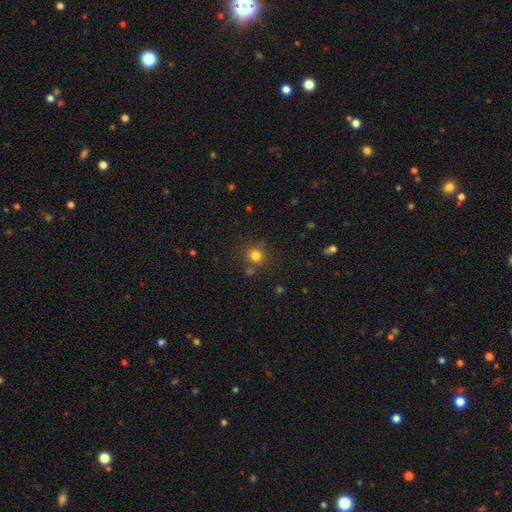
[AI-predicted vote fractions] This appears to be a smooth galaxy with no disk features (79%) that is round (90%). Merging: none (77%).